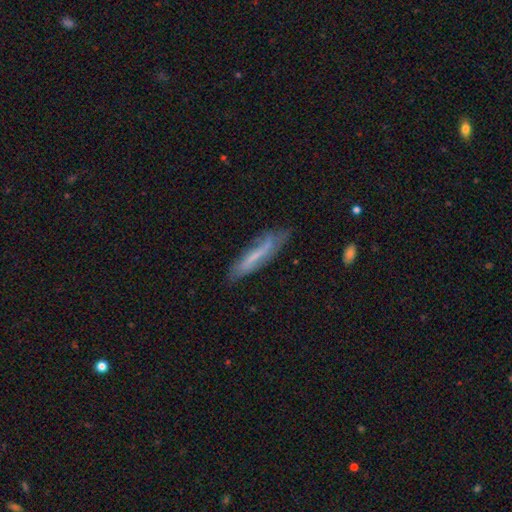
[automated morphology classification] Overall: featured or disk (51%; smooth 41%). Edge-on disk: no (55%; yes 45%). Merging: none (66%).